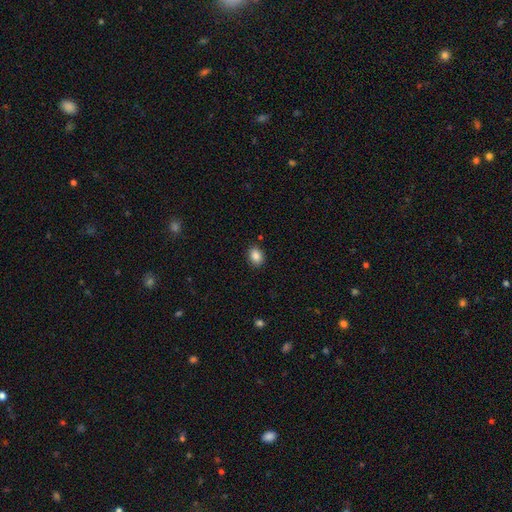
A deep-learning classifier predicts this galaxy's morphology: type=smooth (87%); roundness=in between (65%); merging=none (88%).